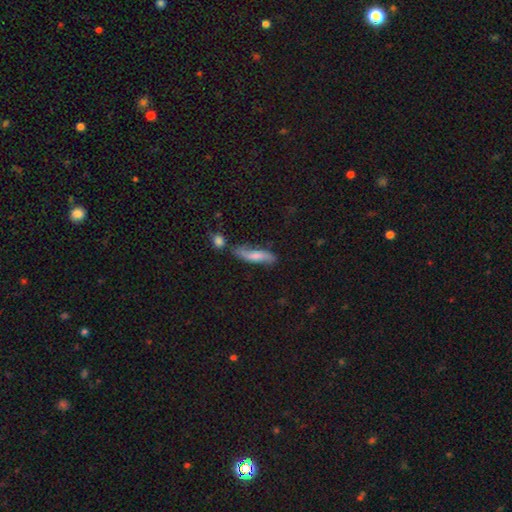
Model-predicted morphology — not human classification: Overall: smooth (62%; featured or disk 31%). How rounded: cigar-shaped (69%). Merging: none (61%).